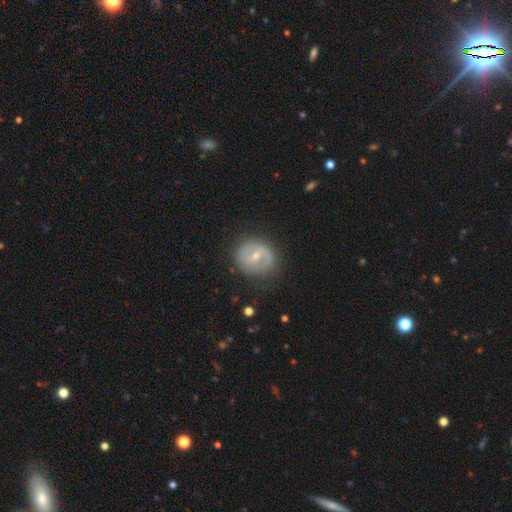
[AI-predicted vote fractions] This appears to be a featured or disk galaxy (64%) with a weak bar (49%), spiral arms (56%) and a small central bulge (54%). Merging: none (79%).